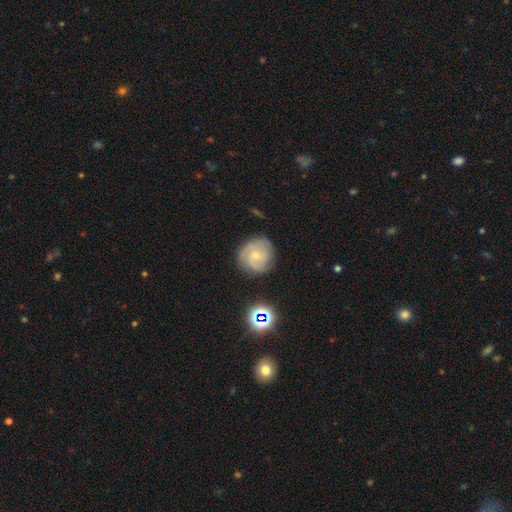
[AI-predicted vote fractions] Smooth or featured? Predicted: featured or disk (p=0.67). Edge-on disk? Predicted: no (p=0.98). Bar? Predicted: no (p=0.69). Spiral arms? Predicted: yes (p=0.93). Spiral winding? Predicted: tight (p=0.52). Spiral arm count? Predicted: 3 (p=0.34). Bulge size? Predicted: small (p=0.69). Merging? Predicted: none (p=0.75).